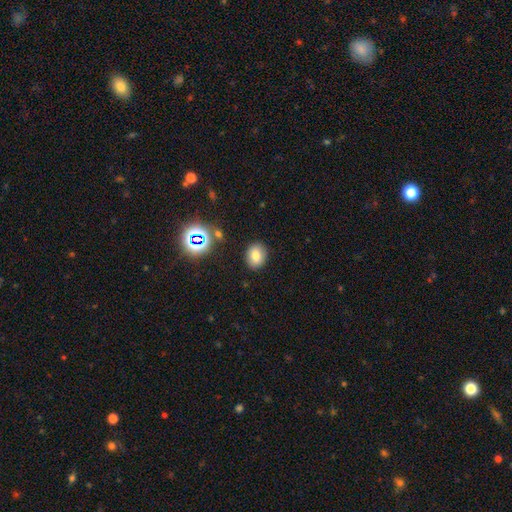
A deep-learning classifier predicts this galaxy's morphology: Overall: smooth (75%). How rounded: in between (53%; round 46%). Merging: none (86%).